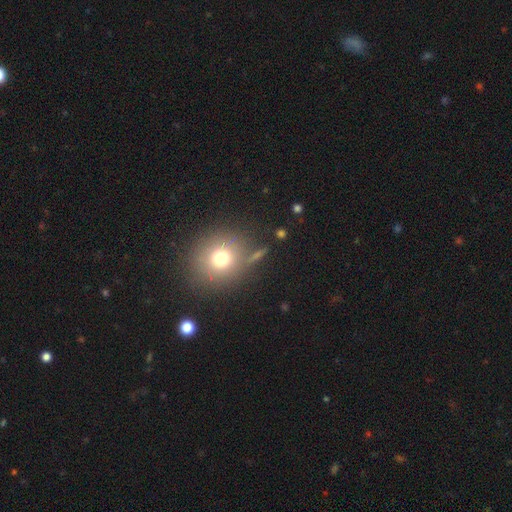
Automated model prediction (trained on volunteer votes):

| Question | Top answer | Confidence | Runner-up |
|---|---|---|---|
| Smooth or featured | smooth | 63% | star or artifact (23%) |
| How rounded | round | 79% | in between (17%) |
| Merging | none | 78% | minor disturbance (11%) |